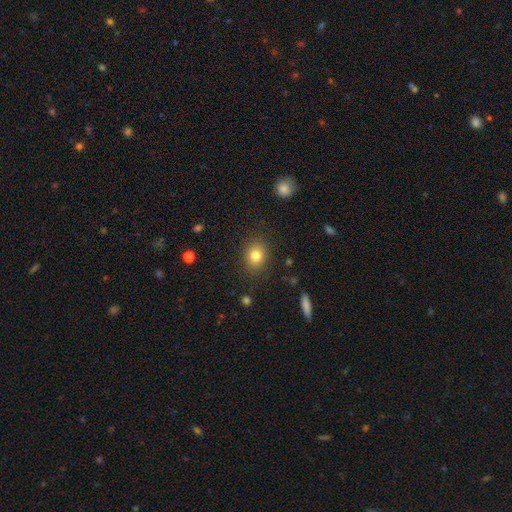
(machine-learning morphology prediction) smooth-or-featured: smooth: 81% | star or artifact: 11% | featured or disk: 8%
  how-rounded: round: 60% | in between: 39% | cigar-shaped: 1%
  merging: none: 86% | minor disturbance: 9% | major disturbance: 3% | merger: 1%